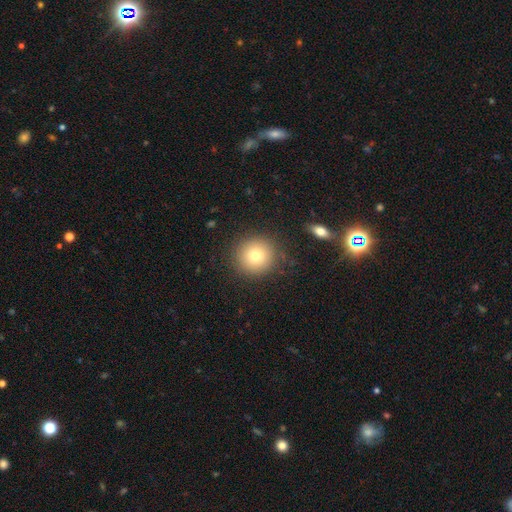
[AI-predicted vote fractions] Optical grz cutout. It shows a smooth galaxy with no disk features (77%) that is round (92%). Merging: none (88%).